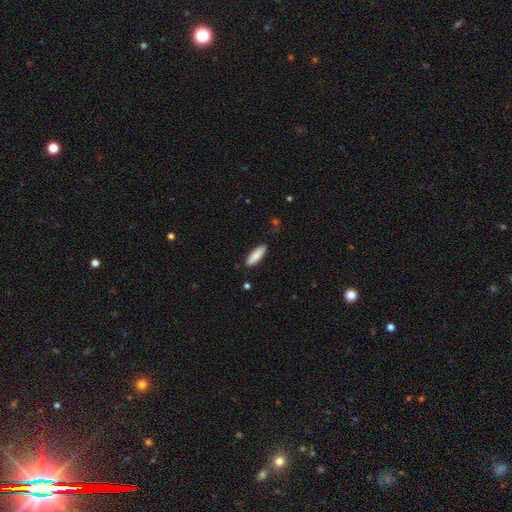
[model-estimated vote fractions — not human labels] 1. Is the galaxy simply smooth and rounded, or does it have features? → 88% smooth, 6% featured or disk, 6% star or artifact.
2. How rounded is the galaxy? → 50% cigar-shaped, 49% in between, 1% round.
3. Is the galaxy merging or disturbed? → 85% none, 11% minor disturbance, 2% major disturbance, 1% merger.